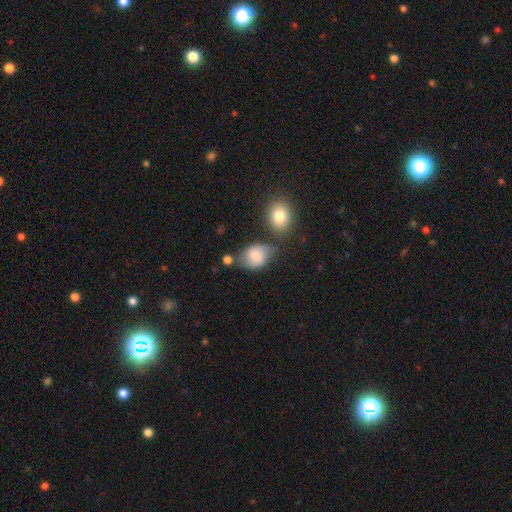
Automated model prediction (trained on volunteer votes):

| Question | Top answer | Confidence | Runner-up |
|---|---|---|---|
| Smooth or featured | smooth | 75% | featured or disk (17%) |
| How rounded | in between | 66% | round (32%) |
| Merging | none | 49% | minor disturbance (30%) |